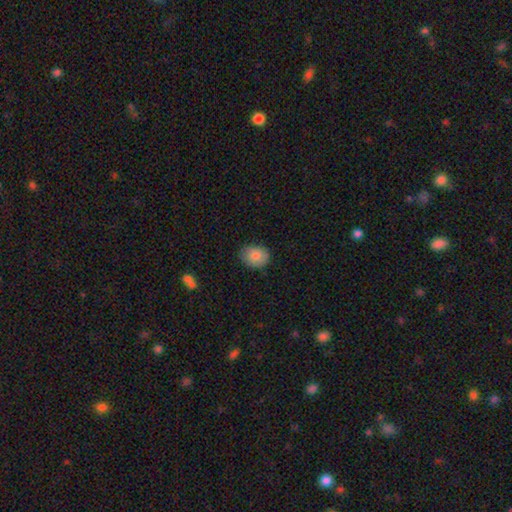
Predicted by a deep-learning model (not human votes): Smooth or featured: smooth — 83% (featured or disk — 9%)
How rounded: in between — 54% (round — 45%)
Merging: none — 81% (minor disturbance — 15%)